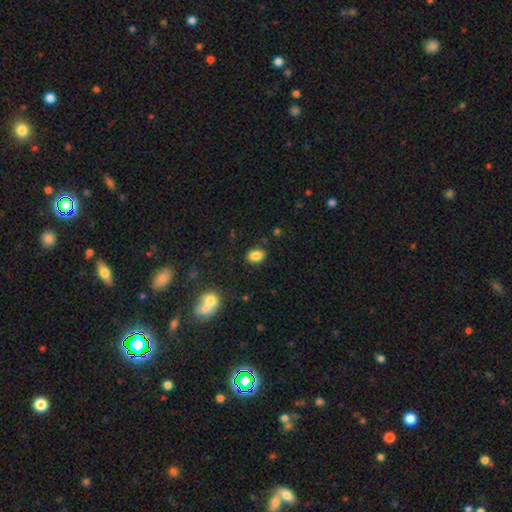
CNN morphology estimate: The model was most divided on "how rounded": in between: 70%, round: 29%, cigar-shaped: 1%. More confident: merging — none (86%); smooth or featured — smooth (86%).